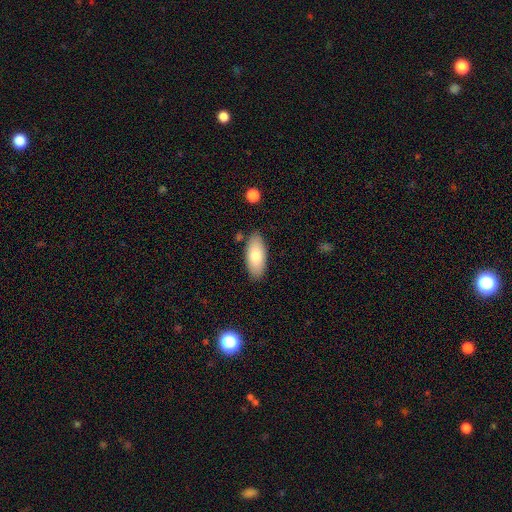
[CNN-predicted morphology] Overall: smooth (80%). How rounded: in between (88%). Merging: none (84%).